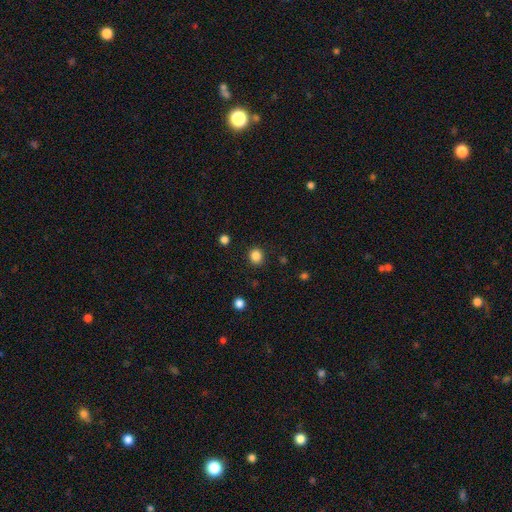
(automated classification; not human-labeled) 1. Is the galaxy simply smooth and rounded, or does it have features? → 85% smooth, 11% star or artifact, 3% featured or disk.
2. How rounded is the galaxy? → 83% round, 16% in between, 1% cigar-shaped.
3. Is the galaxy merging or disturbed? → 90% none, 6% minor disturbance, 2% major disturbance, 1% merger.